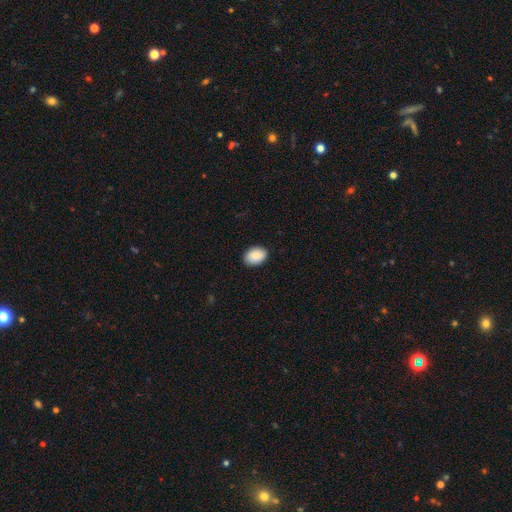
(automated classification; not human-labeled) A smooth galaxy with no disk features (89%) that is in between round and cigar-shaped (79%). Merging: none (89%).